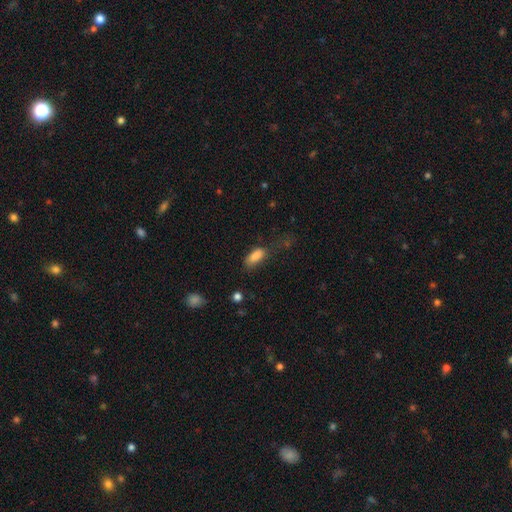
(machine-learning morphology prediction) Overall: smooth (84%). How rounded: in between (83%). Merging: none (48%; minor disturbance 29%).